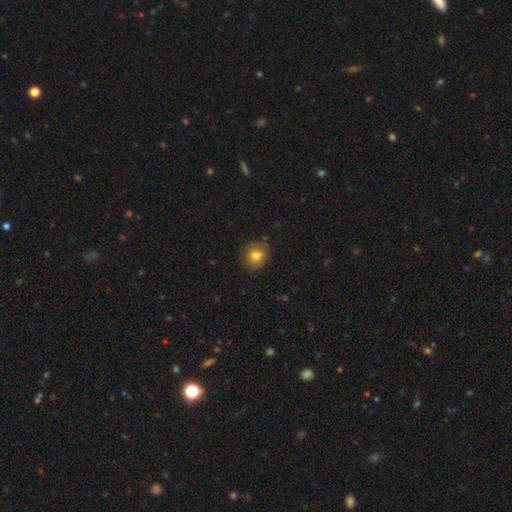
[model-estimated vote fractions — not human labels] Smooth or featured? smooth (76%)
How rounded? round (76%)
Merging? none (80%)